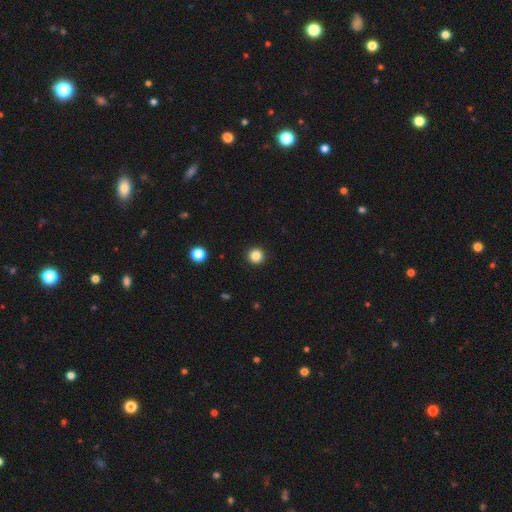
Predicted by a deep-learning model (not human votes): The model was most divided on "smooth or featured": smooth: 84%, star or artifact: 12%, featured or disk: 4%. More confident: how rounded — round (96%); merging — none (93%).